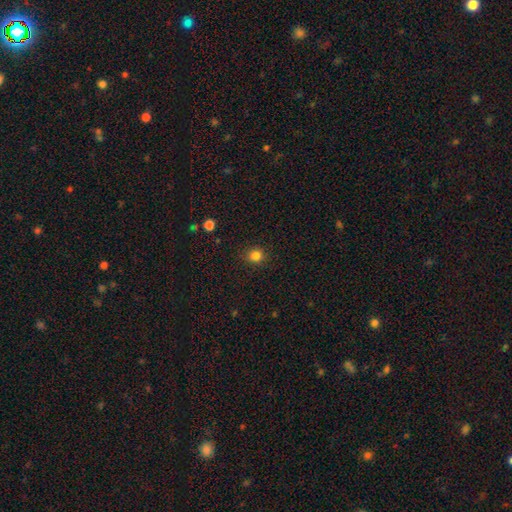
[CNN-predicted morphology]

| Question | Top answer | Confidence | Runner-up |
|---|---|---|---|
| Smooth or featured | smooth | 83% | star or artifact (13%) |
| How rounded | round | 82% | in between (17%) |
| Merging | none | 88% | minor disturbance (8%) |